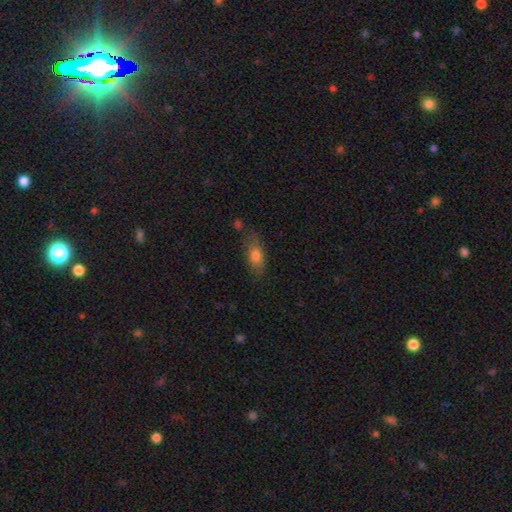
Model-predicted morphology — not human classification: A smooth galaxy with no disk features (77%) that is in between round and cigar-shaped (81%).

Vote fractions:
- Smooth or featured? smooth: 77% / featured or disk: 14% / star or artifact: 9%
- How rounded? in between: 81% / cigar-shaped: 12% / round: 7%
- Merging? none: 65% / minor disturbance: 22% / major disturbance: 7% / merger: 5%